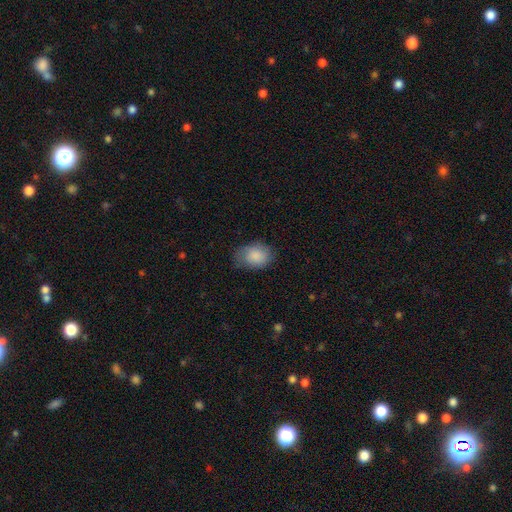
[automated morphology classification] smooth-or-featured: smooth: 85% | featured or disk: 9% | star or artifact: 6%
  how-rounded: in between: 72% | round: 27% | cigar-shaped: 1%
  merging: none: 65% | minor disturbance: 27% | major disturbance: 7% | merger: 1%